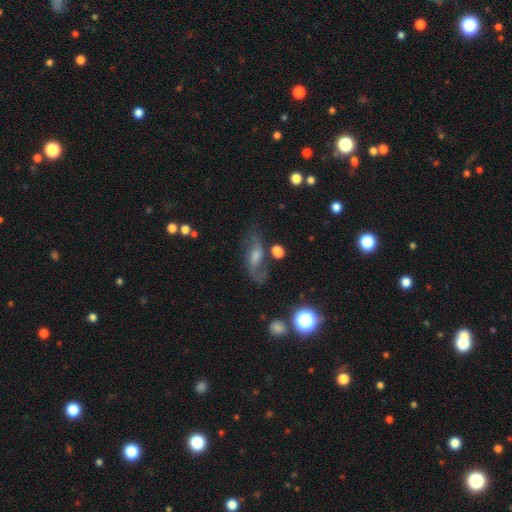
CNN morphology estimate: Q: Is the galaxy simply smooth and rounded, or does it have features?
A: featured or disk — 61%.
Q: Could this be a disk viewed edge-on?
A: no — 85%.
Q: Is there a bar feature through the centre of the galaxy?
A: weak — 45%.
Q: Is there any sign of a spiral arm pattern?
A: yes — 84%.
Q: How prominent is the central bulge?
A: moderate — 47%.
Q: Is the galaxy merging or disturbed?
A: none — 64%.